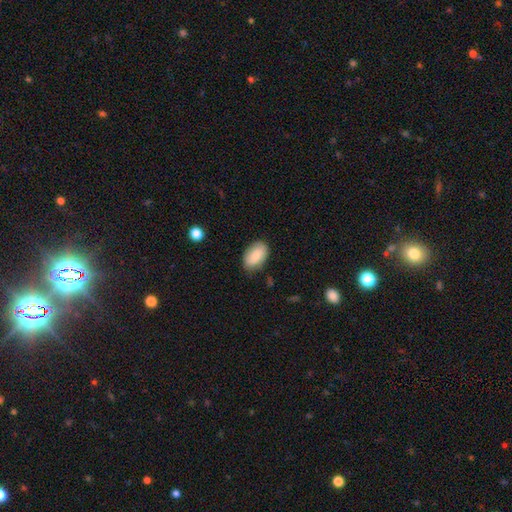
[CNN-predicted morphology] Smooth or featured? Predicted: smooth (p=0.83). How rounded? Predicted: in between (p=0.93). Merging? Predicted: none (p=0.82).